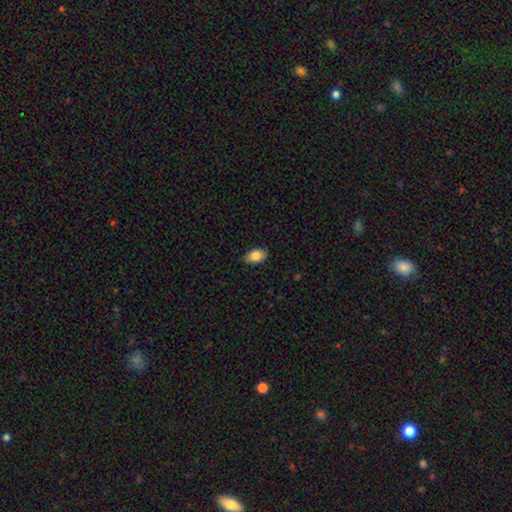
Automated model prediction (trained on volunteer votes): Overall: smooth (85%). How rounded: in between (89%). Merging: none (87%).